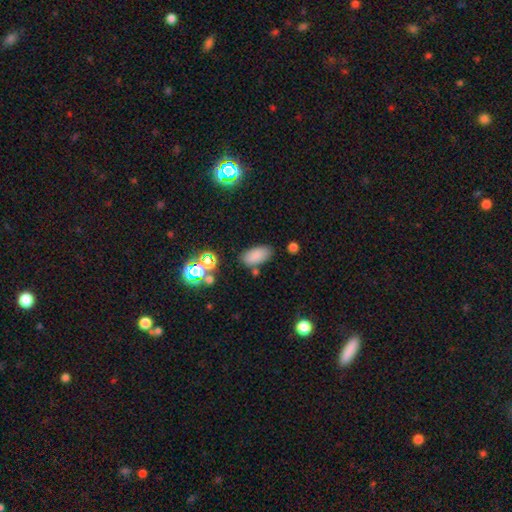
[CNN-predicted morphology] type=smooth (81%); roundness=in between (92%); merging=none (78%).